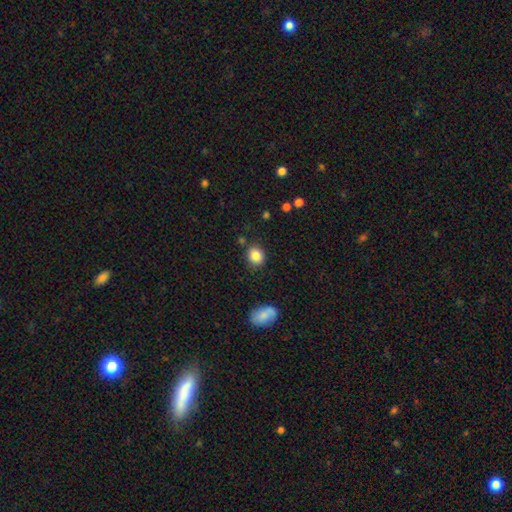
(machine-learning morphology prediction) smooth 85%, star or artifact 9%, featured or disk 6%. Down the decision tree: how rounded — round (74%); merging — none (84%).